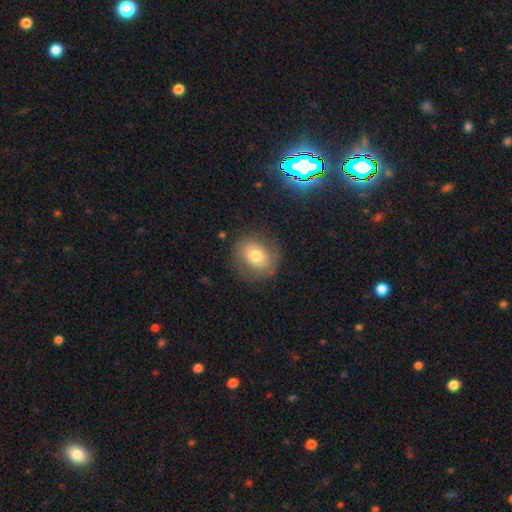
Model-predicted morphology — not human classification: The model was most divided on "how rounded": round: 62%, in between: 37%, cigar-shaped: 1%. More confident: merging — none (76%); smooth or featured — smooth (68%).